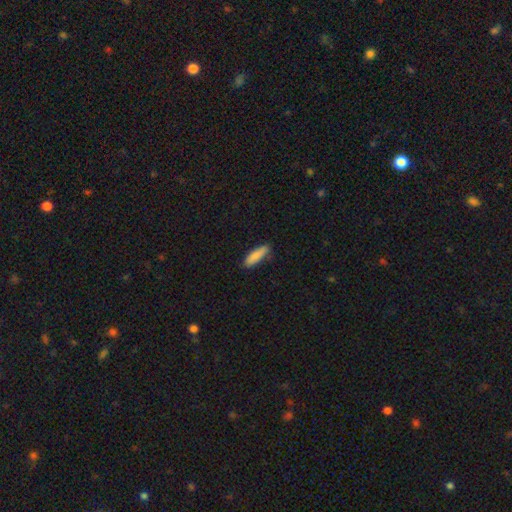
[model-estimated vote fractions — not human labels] A smooth galaxy with no disk features (87%) that is cigar-shaped (62%).

Vote fractions:
- Smooth or featured? smooth: 87% / featured or disk: 7% / star or artifact: 6%
- How rounded? cigar-shaped: 62% / in between: 36% / round: 1%
- Merging? none: 82% / minor disturbance: 14% / major disturbance: 2% / merger: 1%